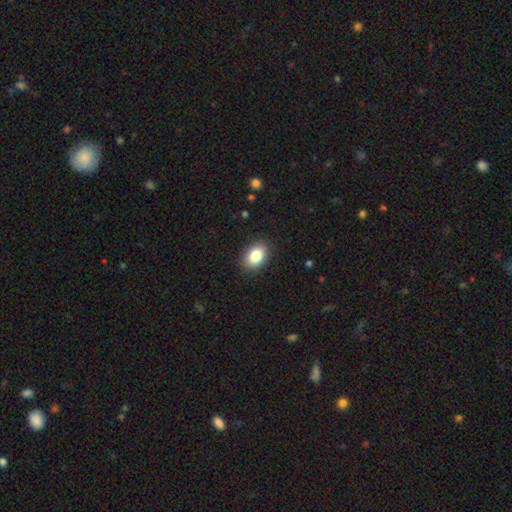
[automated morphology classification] Smooth or featured? smooth (84%)
How rounded? in between (81%)
Merging? none (89%)